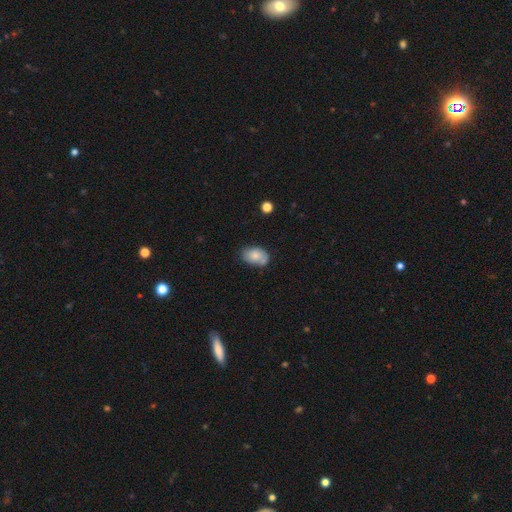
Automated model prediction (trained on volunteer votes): A smooth galaxy with no disk features (75%) that is in between round and cigar-shaped (87%). Merging: none (62%).